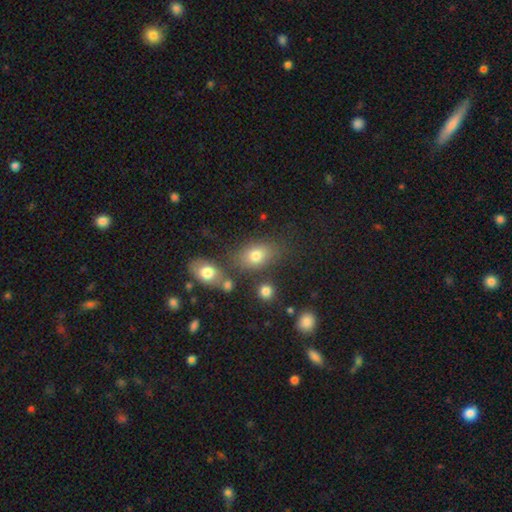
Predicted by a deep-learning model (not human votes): Q: Smooth or featured?
A: smooth (76%); runner-up: star or artifact (12%)
Q: How rounded?
A: in between (76%); runner-up: round (22%)
Q: Merging?
A: none (65%); runner-up: minor disturbance (15%)